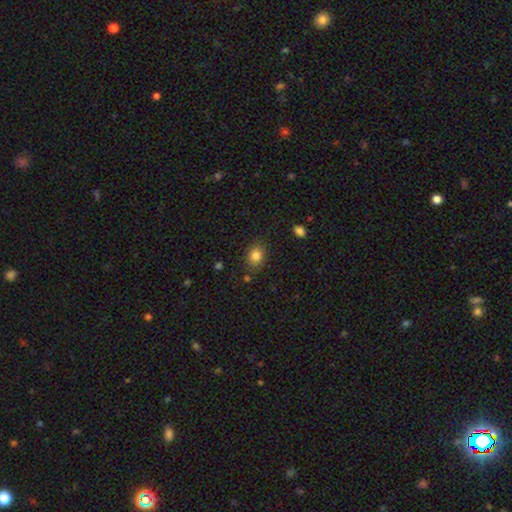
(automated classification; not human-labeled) Smooth or featured: smooth — 83% (star or artifact — 11%)
How rounded: in between — 52% (round — 47%)
Merging: none — 83% (minor disturbance — 12%)